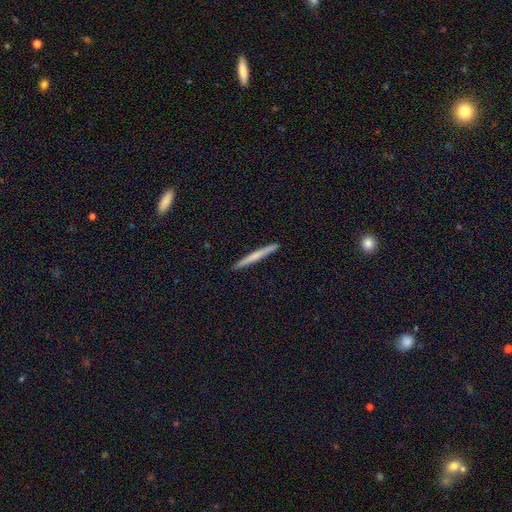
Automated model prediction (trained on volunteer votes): Smooth or featured? Predicted: smooth (p=0.57). How rounded? Predicted: cigar-shaped (p=0.97). Merging? Predicted: none (p=0.92).